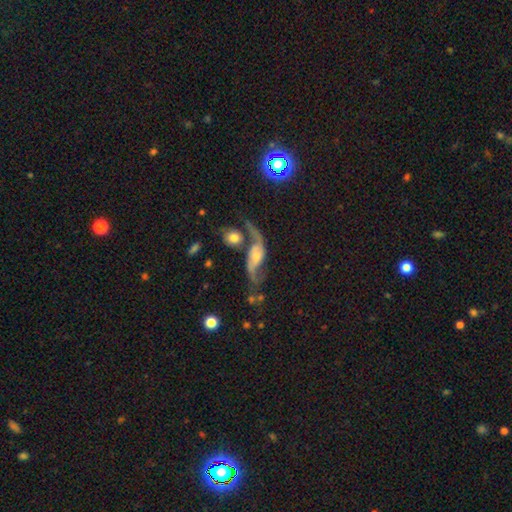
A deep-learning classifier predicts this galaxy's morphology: The model was most divided on "bulge size": moderate: 42%, small: 41%, none: 7%, large: 7%, dominant: 2%. Remaining: spiral arms — yes (94%); edge-on disk — no (92%); spiral arm count — 2 (91%); smooth or featured — featured or disk (83%); spiral winding — loose (79%); bar — no (51%); merging — none (48%).